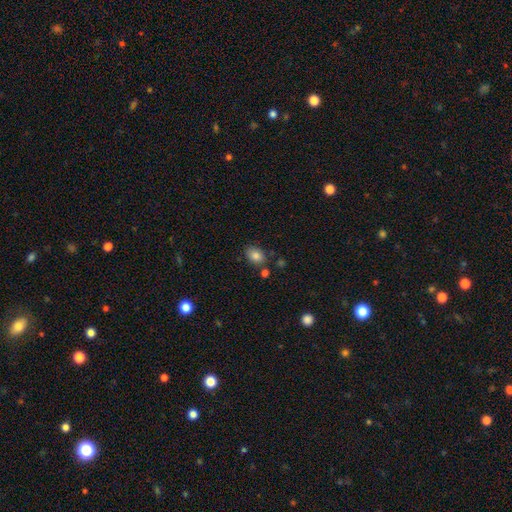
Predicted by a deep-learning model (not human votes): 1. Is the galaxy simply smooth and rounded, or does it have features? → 84% smooth, 10% star or artifact, 7% featured or disk.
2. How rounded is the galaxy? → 74% in between, 25% round, 1% cigar-shaped.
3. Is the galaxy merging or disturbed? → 76% none, 14% minor disturbance, 7% merger, 4% major disturbance.